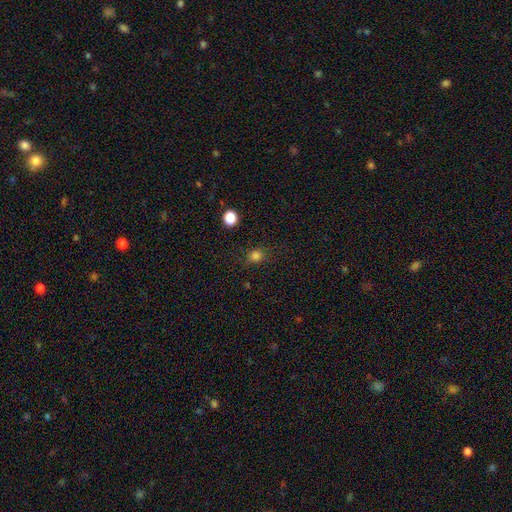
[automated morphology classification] Overall: smooth (80%). How rounded: round (79%). Merging: none (78%).